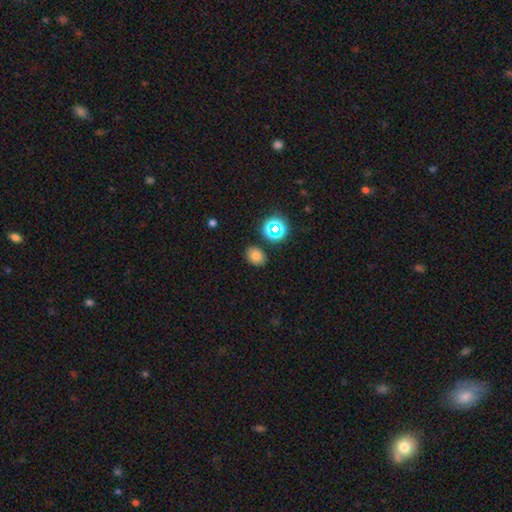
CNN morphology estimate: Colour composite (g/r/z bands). It shows a smooth galaxy with no disk features (74%) that is in between round and cigar-shaped (60%). Merging: none (84%).